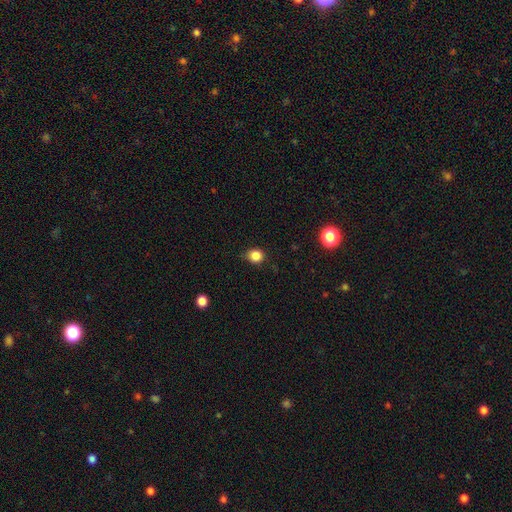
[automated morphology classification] This is clearly a smooth galaxy (84%). How rounded: clearly round (83%). Merging: likely none (78%).